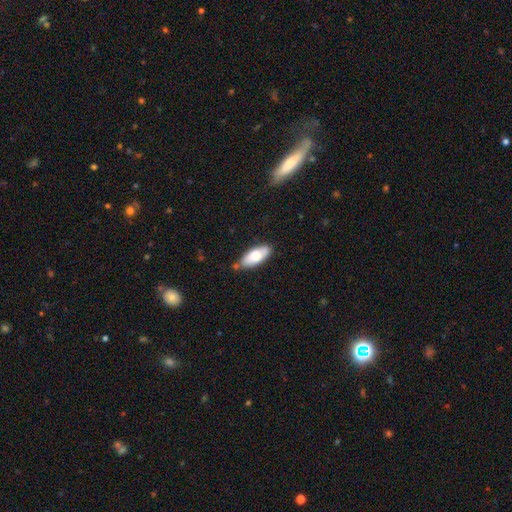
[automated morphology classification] type=smooth (68%); roundness=in between (84%); merging=none (75%).